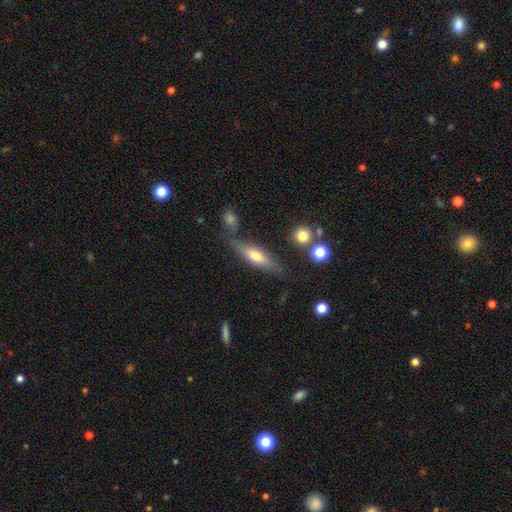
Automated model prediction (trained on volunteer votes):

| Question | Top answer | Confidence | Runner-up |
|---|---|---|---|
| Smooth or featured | smooth | 47% | featured or disk (46%) |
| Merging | none | 70% | minor disturbance (17%) |